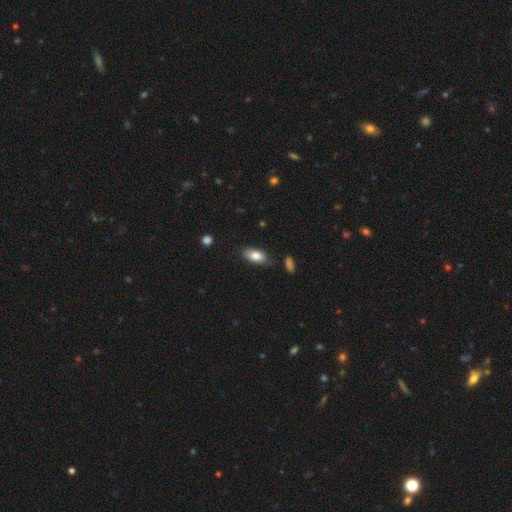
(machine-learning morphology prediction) A smooth galaxy with no disk features (83%) that is in between round and cigar-shaped (90%).

Vote fractions:
- Smooth or featured? smooth: 83% / featured or disk: 10% / star or artifact: 7%
- How rounded? in between: 90% / cigar-shaped: 6% / round: 3%
- Merging? none: 77% / minor disturbance: 17% / major disturbance: 3% / merger: 3%